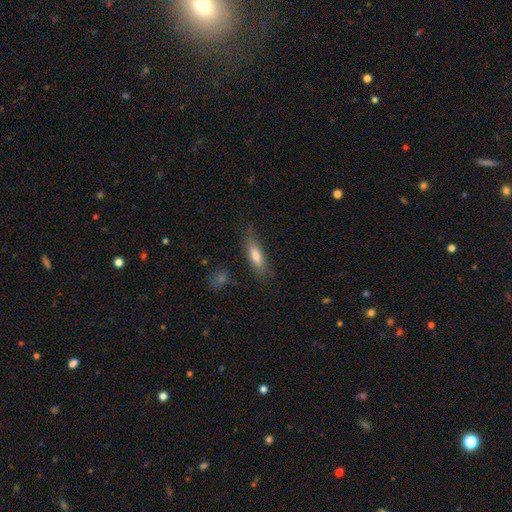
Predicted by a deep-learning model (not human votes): smooth-or-featured: smooth: 76% | featured or disk: 17% | star or artifact: 7%
  how-rounded: cigar-shaped: 50% | in between: 48% | round: 2%
  merging: none: 74% | minor disturbance: 19% | major disturbance: 5% | merger: 2%